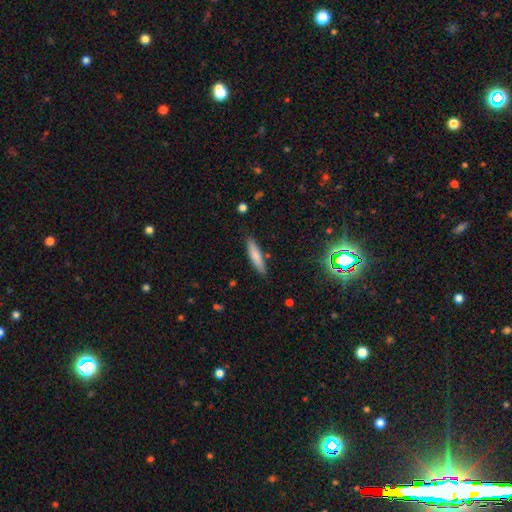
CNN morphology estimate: The model was most divided on "how rounded": cigar-shaped: 79%, in between: 19%, round: 1%. More confident: merging — none (86%); smooth or featured — smooth (78%).